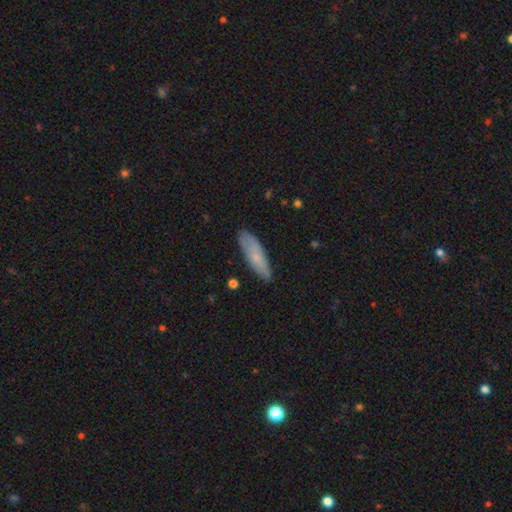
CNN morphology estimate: Smooth or featured? smooth (71%)
How rounded? cigar-shaped (55%)
Merging? none (83%)